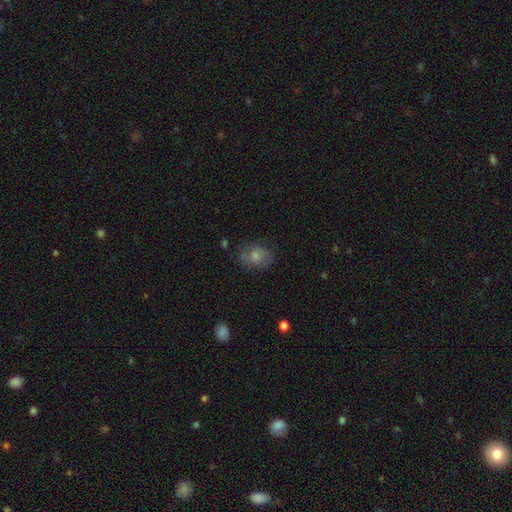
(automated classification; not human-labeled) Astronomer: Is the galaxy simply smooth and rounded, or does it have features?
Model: smooth — 70%.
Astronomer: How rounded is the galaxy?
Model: in between — 54% (runner-up: round, 45%).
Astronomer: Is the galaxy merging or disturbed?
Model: none — 65%.